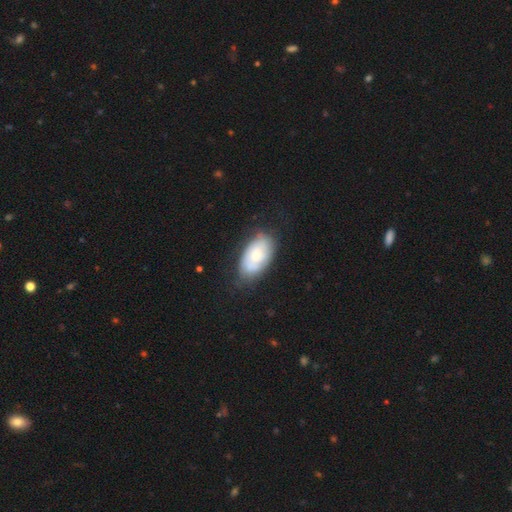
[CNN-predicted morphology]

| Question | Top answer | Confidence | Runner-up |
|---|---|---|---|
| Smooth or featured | smooth | 54% | featured or disk (39%) |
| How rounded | in between | 93% | round (5%) |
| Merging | none | 64% | minor disturbance (26%) |